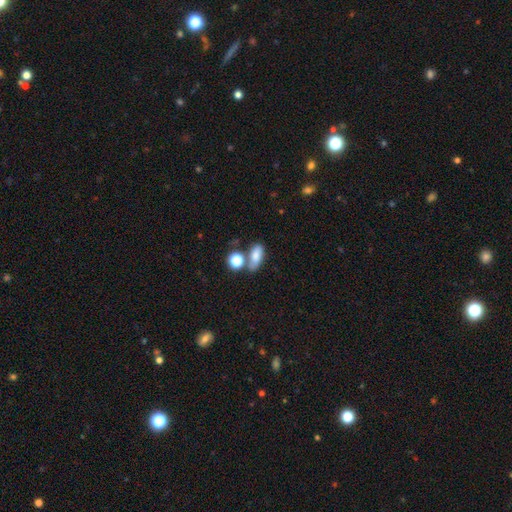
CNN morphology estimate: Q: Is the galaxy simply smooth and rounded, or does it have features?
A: smooth — 79%.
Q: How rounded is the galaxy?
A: in between — 77%.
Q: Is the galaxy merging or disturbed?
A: none — 53%.